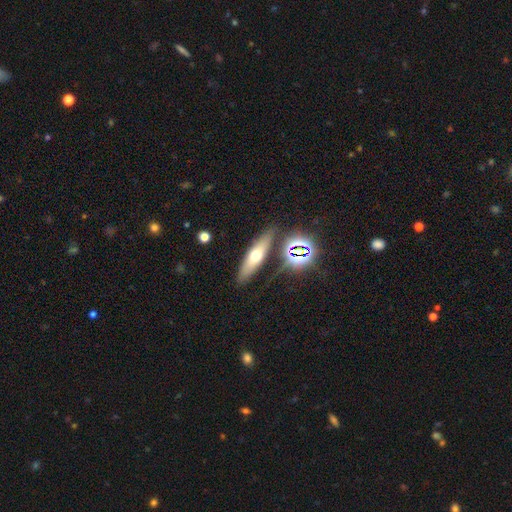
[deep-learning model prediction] Smooth or featured?
  - smooth: 50% *
  - featured or disk: 37%
  - star or artifact: 13%
Merging?
  - none: 82% *
  - minor disturbance: 10%
  - merger: 5%
  - major disturbance: 3%